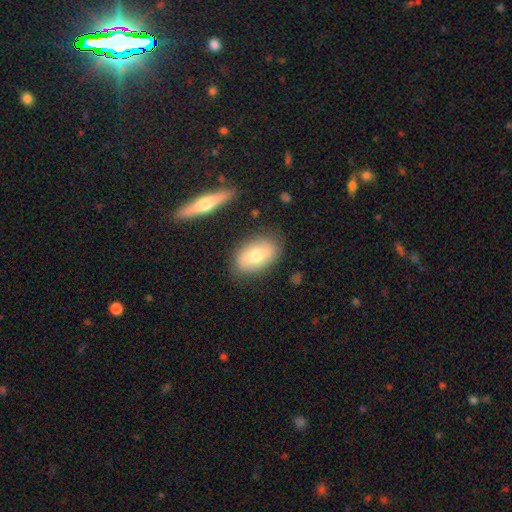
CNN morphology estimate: Smooth or featured? Predicted: smooth (p=0.65). How rounded? Predicted: in between (p=0.89). Merging? Predicted: none (p=0.81).